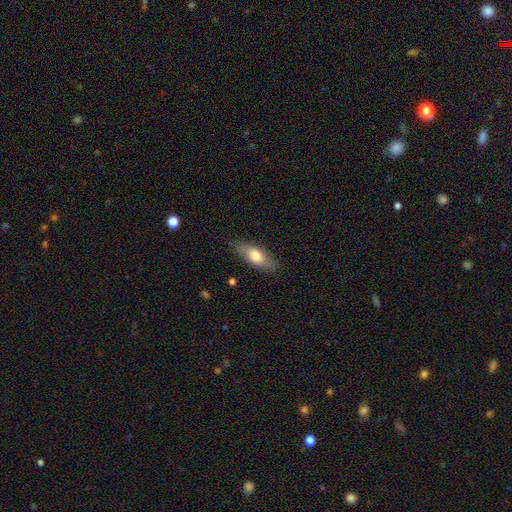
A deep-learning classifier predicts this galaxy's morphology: Overall: smooth (70%). How rounded: in between (69%). Merging: none (83%).